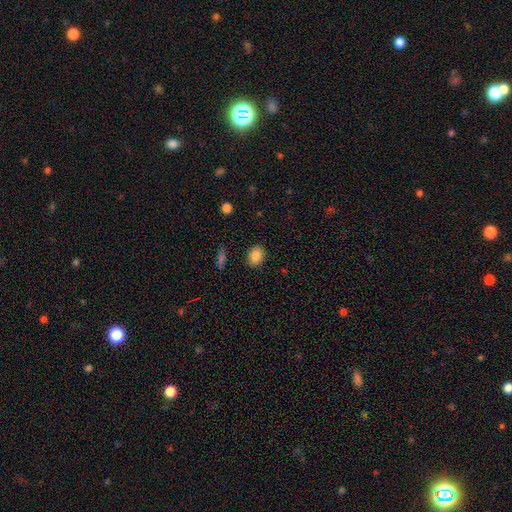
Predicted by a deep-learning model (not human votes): Smooth or featured? smooth (86%)
How rounded? in between (65%)
Merging? none (86%)